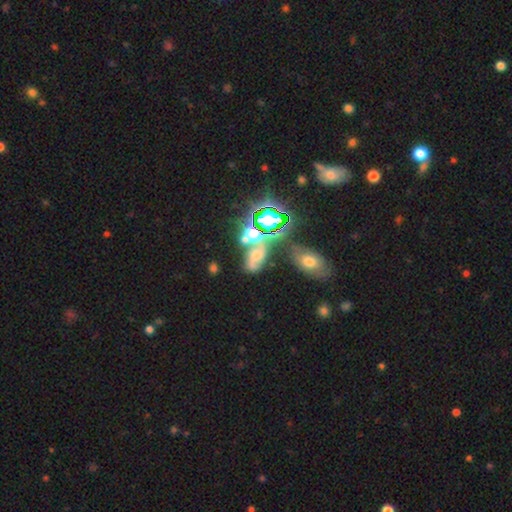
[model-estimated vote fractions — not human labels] This appears to be a star or artifact, not a galaxy (40%).